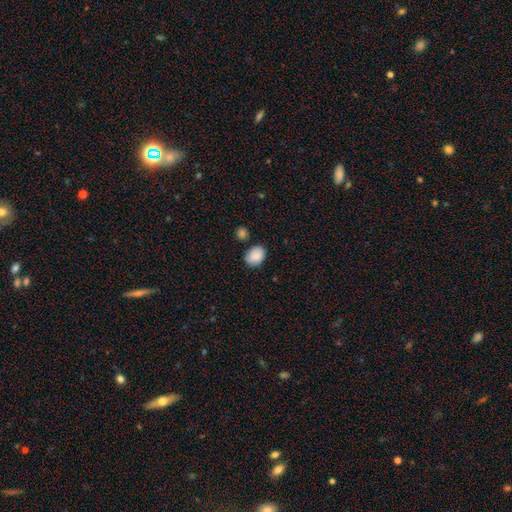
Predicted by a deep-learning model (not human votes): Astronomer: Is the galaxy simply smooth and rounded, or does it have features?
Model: smooth — 88%.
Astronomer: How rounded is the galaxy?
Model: in between — 65%.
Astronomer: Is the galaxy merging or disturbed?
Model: none — 77%.